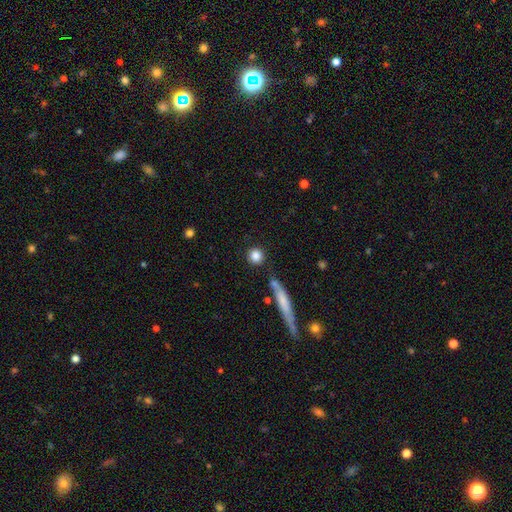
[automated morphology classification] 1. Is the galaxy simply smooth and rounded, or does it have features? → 84% smooth, 9% star or artifact, 7% featured or disk.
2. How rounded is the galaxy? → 91% round, 6% in between, 3% cigar-shaped.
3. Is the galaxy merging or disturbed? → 82% none, 8% minor disturbance, 7% merger, 3% major disturbance.